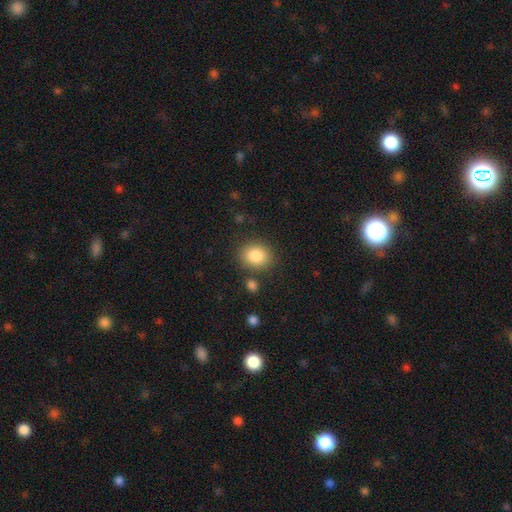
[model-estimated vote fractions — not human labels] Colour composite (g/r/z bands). It shows a smooth galaxy with no disk features (85%) that is round (61%). Merging: none (81%).